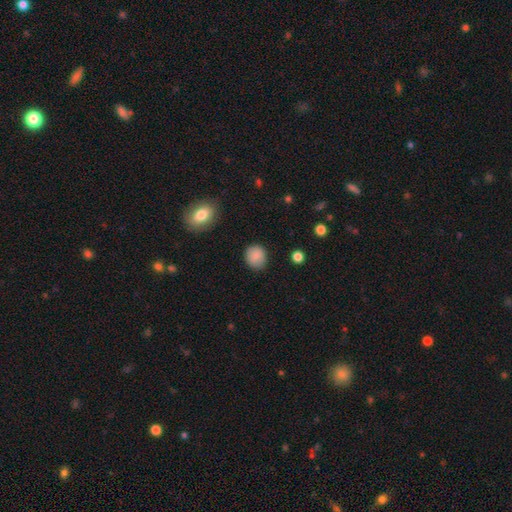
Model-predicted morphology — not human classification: The model was most divided on "how rounded": round: 78%, in between: 21%, cigar-shaped: 1%. More confident: smooth or featured — smooth (87%); merging — none (87%).